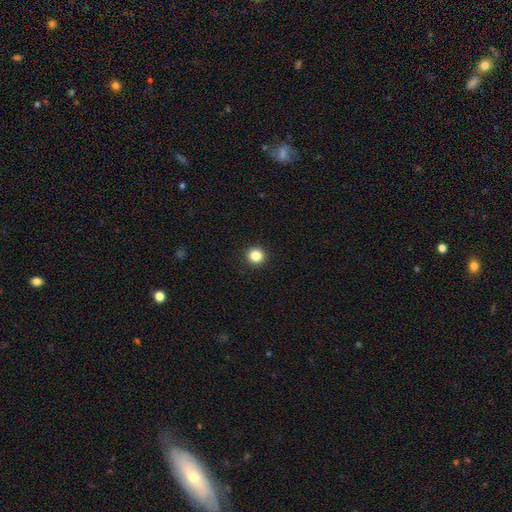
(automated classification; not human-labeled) smooth-or-featured: smooth: 84% | star or artifact: 11% | featured or disk: 4%
  how-rounded: round: 95% | in between: 4% | cigar-shaped: 1%
  merging: none: 94% | minor disturbance: 4% | major disturbance: 1% | merger: 1%